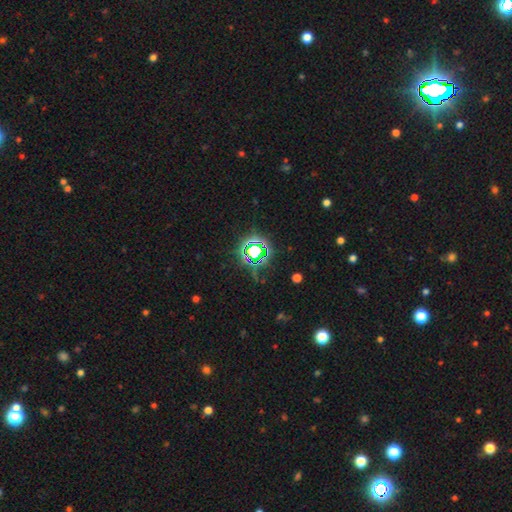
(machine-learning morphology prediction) type=star or artifact (78%).